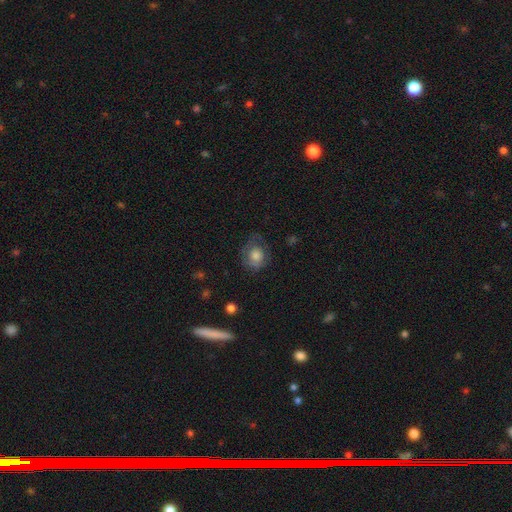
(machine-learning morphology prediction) This appears to be a smooth galaxy with no disk features (57%) that is round (65%). Merging: none (58%).